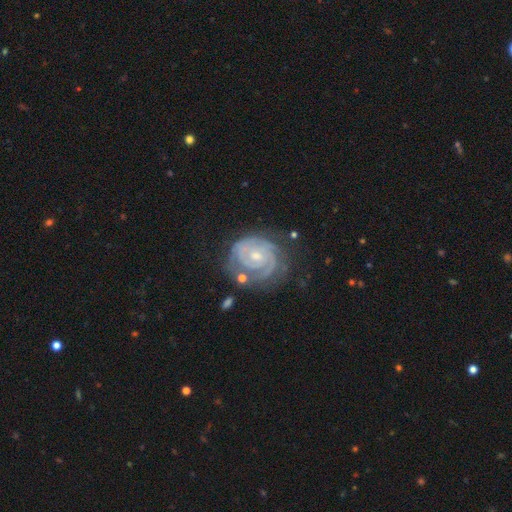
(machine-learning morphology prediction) Smooth or featured?
  - featured or disk: 88% *
  - smooth: 6%
  - star or artifact: 6%
Edge-on disk?
  - no: 98% *
  - yes: 2%
Bar?
  - no: 63% *
  - weak: 30%
  - strong: 8%
Spiral arms?
  - yes: 97% *
  - no: 3%
Spiral winding?
  - tight: 77% *
  - medium: 20%
  - loose: 3%
Spiral arm count?
  - 2: 57% *
  - 3: 17%
  - can't tell: 15%
  - 4: 4%
  - 1: 4%
  - more than 4: 3%
Bulge size?
  - small: 61% *
  - moderate: 35%
  - none: 2%
  - large: 1%
  - dominant: 1%
Merging?
  - none: 68% *
  - minor disturbance: 19%
  - major disturbance: 9%
  - merger: 4%